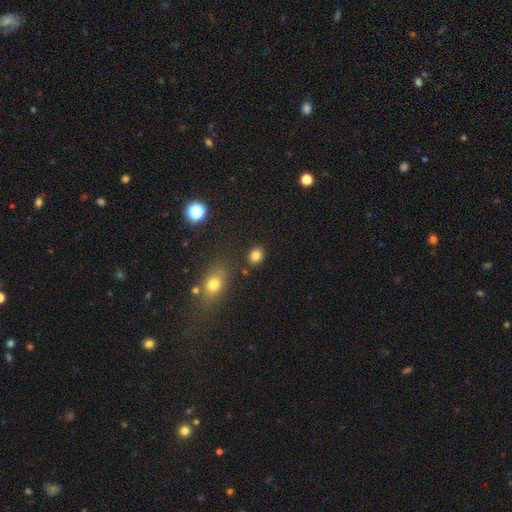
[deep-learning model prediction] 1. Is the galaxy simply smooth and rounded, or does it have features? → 82% smooth, 12% star or artifact, 6% featured or disk.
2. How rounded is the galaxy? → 52% round, 47% in between, 1% cigar-shaped.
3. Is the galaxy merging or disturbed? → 82% none, 10% minor disturbance, 5% merger, 3% major disturbance.